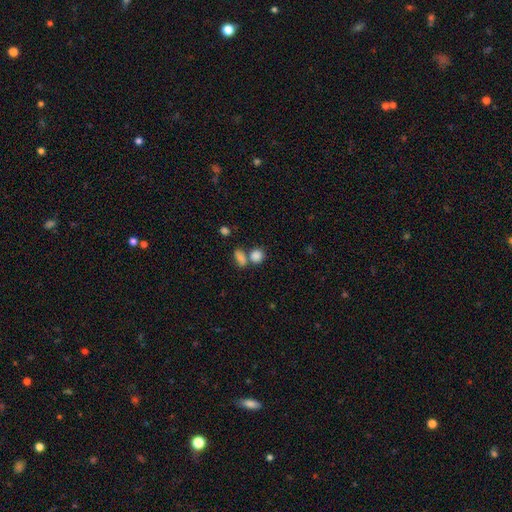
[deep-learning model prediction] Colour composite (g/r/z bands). It shows a smooth galaxy with no disk features (84%) that is round (68%). Merging: none (49%).